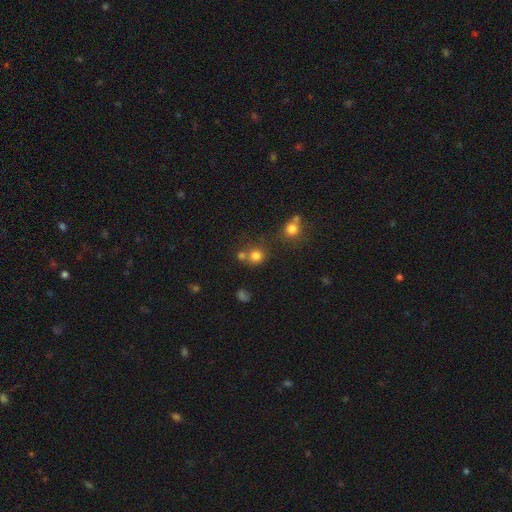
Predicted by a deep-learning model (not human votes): smooth-or-featured: smooth: 77% | star or artifact: 15% | featured or disk: 8%
  how-rounded: round: 86% | in between: 13% | cigar-shaped: 1%
  merging: none: 58% | merger: 27% | minor disturbance: 10% | major disturbance: 5%